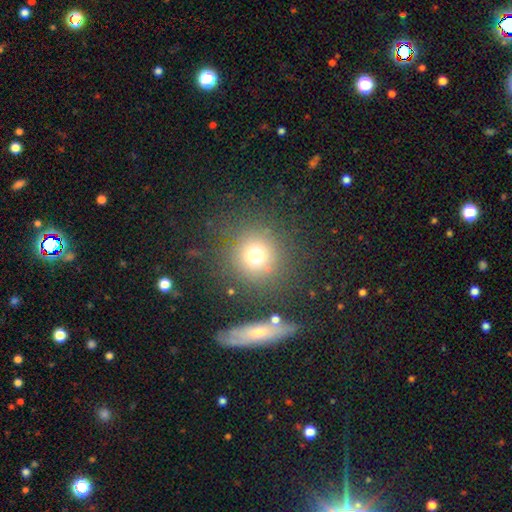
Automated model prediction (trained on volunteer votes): Smooth or featured? smooth (72%)
How rounded? round (92%)
Merging? none (80%)